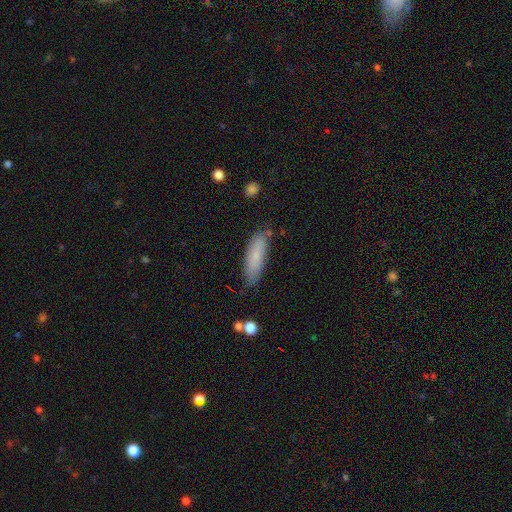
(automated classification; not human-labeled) smooth 77%, featured or disk 16%, star or artifact 7%. Down the decision tree: how rounded — cigar-shaped (54%); merging — none (76%).